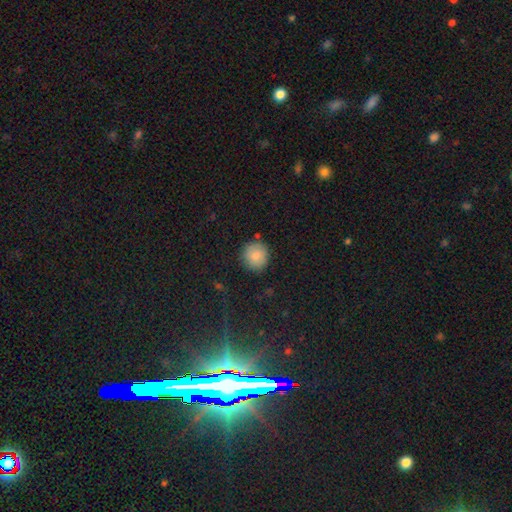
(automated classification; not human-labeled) The model was most divided on "merging": none: 85%, minor disturbance: 10%, major disturbance: 3%, merger: 2%. More confident: how rounded — round (92%); smooth or featured — smooth (85%).